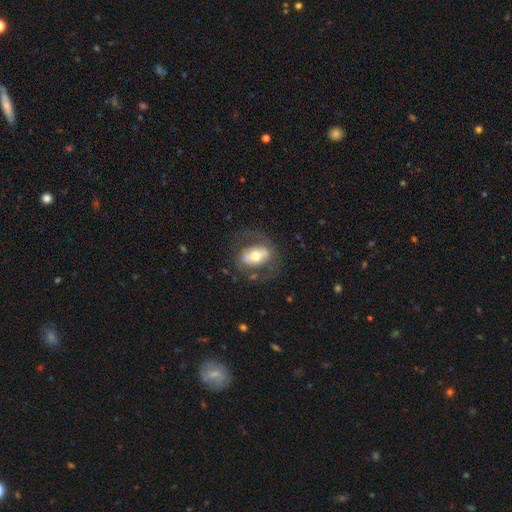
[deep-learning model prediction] Smooth or featured? Predicted: featured or disk (p=0.55). Edge-on disk? Predicted: no (p=0.91). Bar? Predicted: no (p=0.40). Spiral arms? Predicted: no (p=0.60). Bulge size? Predicted: moderate (p=0.68). Merging? Predicted: none (p=0.64).